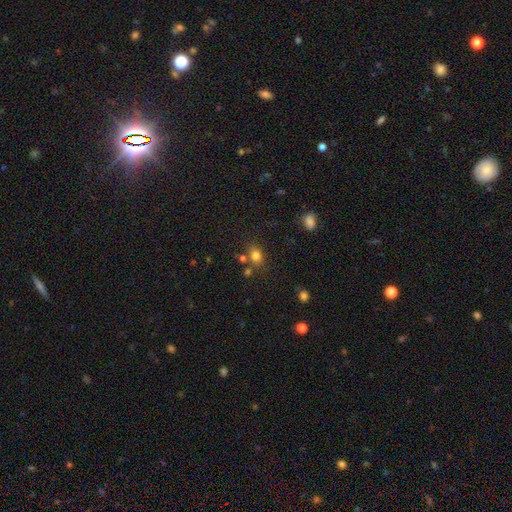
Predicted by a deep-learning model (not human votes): smooth_or_featured: smooth (p=0.79) [alt: star or artifact p=0.14]
how_rounded: in between (p=0.62) [alt: round p=0.37]
merging: none (p=0.68) [alt: minor disturbance p=0.14]